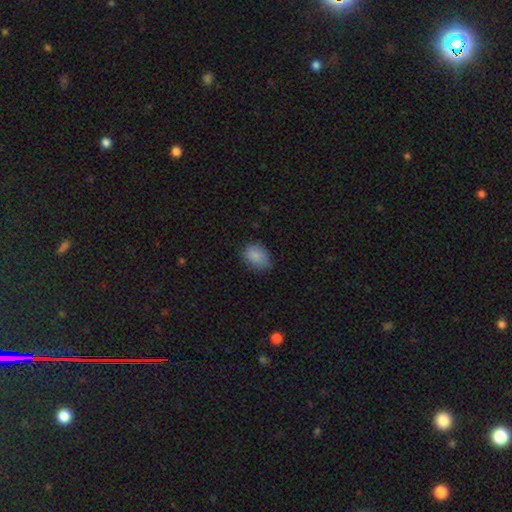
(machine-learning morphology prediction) The model was most divided on "how rounded": in between: 65%, round: 34%, cigar-shaped: 1%. More confident: smooth or featured — smooth (85%); merging — none (67%).